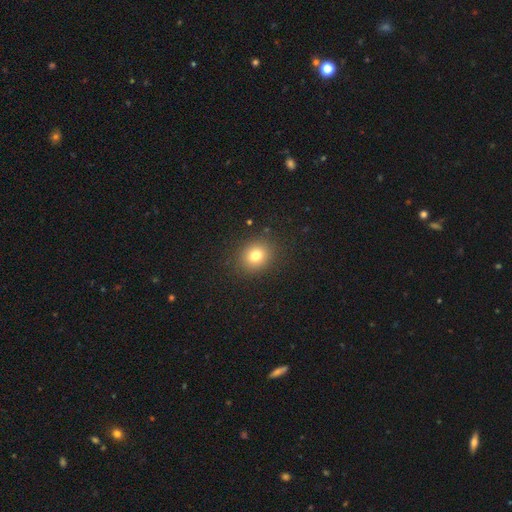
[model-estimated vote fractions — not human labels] smooth_or_featured: smooth (p=0.79) [alt: star or artifact p=0.13]
how_rounded: round (p=0.68) [alt: in between p=0.31]
merging: none (p=0.88) [alt: minor disturbance p=0.08]